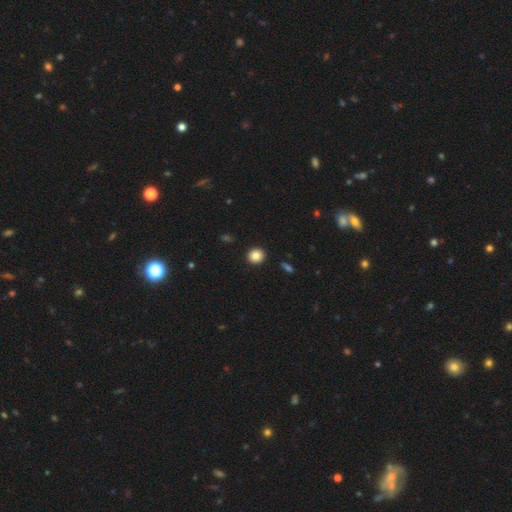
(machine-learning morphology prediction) This is clearly a smooth galaxy (86%). How rounded: clearly round (91%). Merging: clearly none (93%).